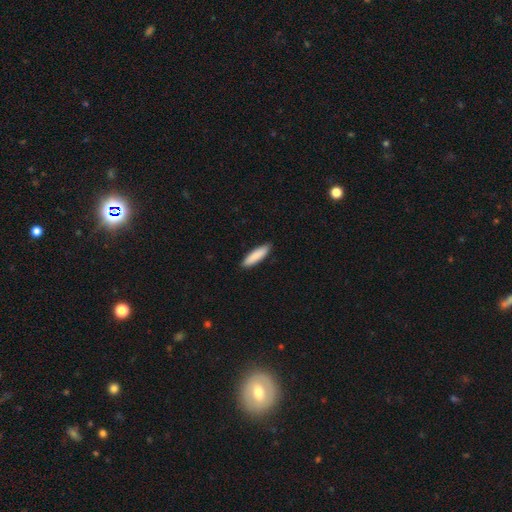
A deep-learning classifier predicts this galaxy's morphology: Smooth or featured? Predicted: smooth (p=0.88). How rounded? Predicted: cigar-shaped (p=0.67). Merging? Predicted: none (p=0.90).